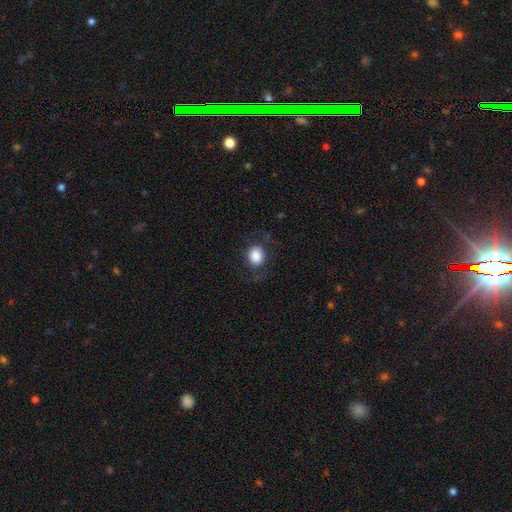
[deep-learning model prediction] A smooth galaxy with no disk features (85%) that is round (59%).

Vote fractions:
- Smooth or featured? smooth: 85% / star or artifact: 8% / featured or disk: 7%
- How rounded? round: 59% / in between: 40% / cigar-shaped: 1%
- Merging? none: 77% / minor disturbance: 14% / major disturbance: 8% / merger: 1%